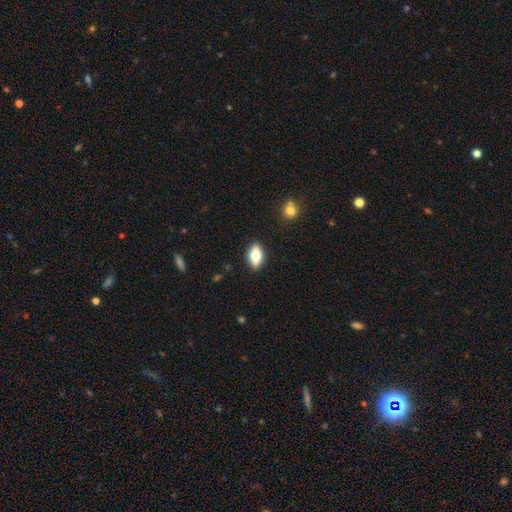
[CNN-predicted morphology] Smooth or featured?
  - smooth: 66% *
  - featured or disk: 26%
  - star or artifact: 8%
How rounded?
  - in between: 84% *
  - cigar-shaped: 11%
  - round: 6%
Merging?
  - none: 87% *
  - minor disturbance: 9%
  - major disturbance: 2%
  - merger: 1%